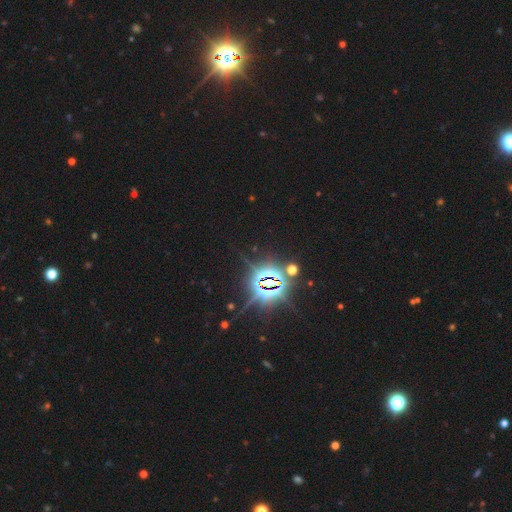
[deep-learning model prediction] star or artifact 84%, smooth 9%, featured or disk 6%.